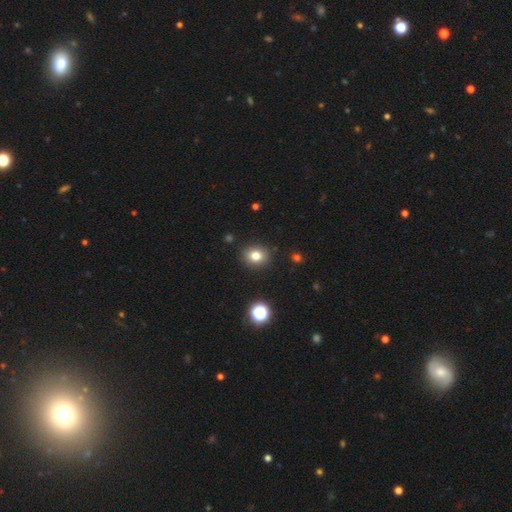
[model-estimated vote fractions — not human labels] This is likely a smooth galaxy (80%). How rounded: likely round (65%). Merging: clearly none (89%).